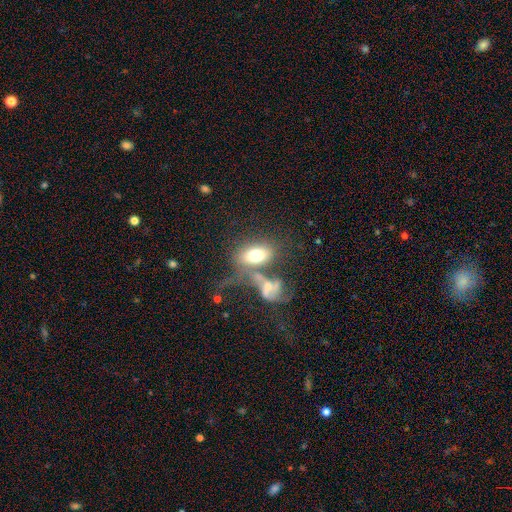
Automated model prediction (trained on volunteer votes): Morphology: type=smooth (65%); roundness=in between (87%); merging=merger (46%).